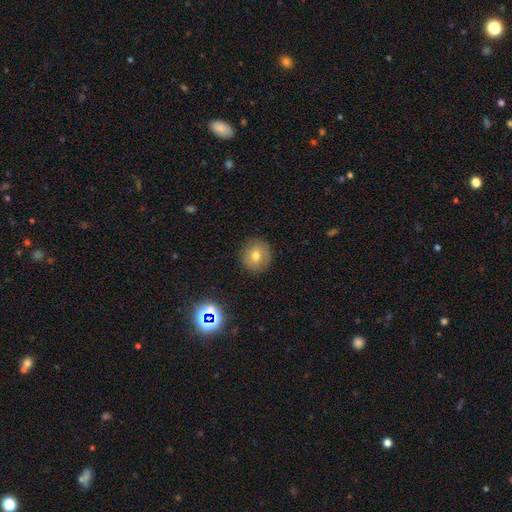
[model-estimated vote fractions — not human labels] Smooth or featured? smooth (71%)
How rounded? round (90%)
Merging? none (89%)